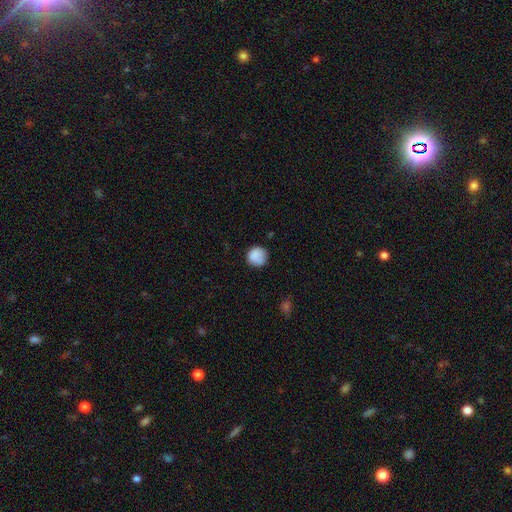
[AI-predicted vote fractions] This is clearly a smooth galaxy (87%). How rounded: clearly round (92%). Merging: likely none (79%).